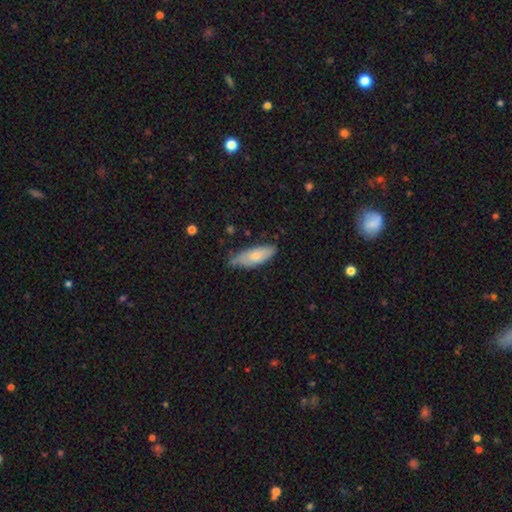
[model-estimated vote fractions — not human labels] This is likely a smooth galaxy (71%). How rounded: likely in between (72%). Merging: possibly none (58%).